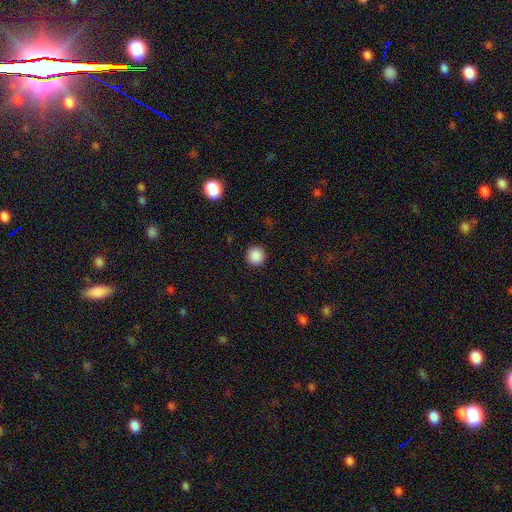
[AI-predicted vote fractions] smooth-or-featured: smooth: 88% | star or artifact: 10% | featured or disk: 2%
  how-rounded: round: 95% | in between: 4% | cigar-shaped: 1%
  merging: none: 92% | minor disturbance: 5% | major disturbance: 2% | merger: 1%